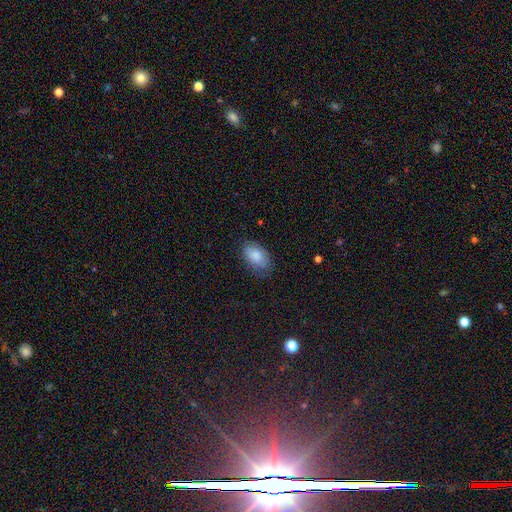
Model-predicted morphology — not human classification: Smooth or featured? smooth (83%)
How rounded? in between (93%)
Merging? none (73%)